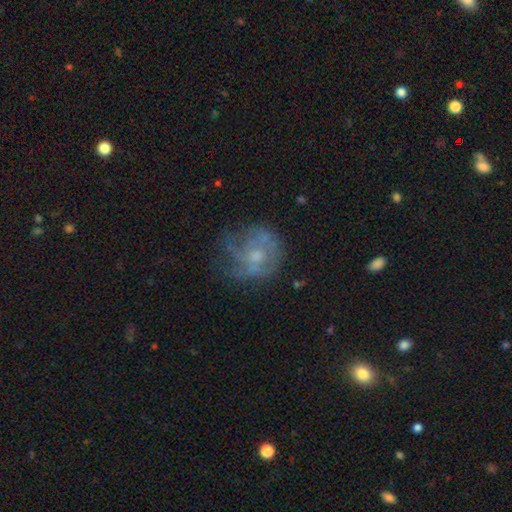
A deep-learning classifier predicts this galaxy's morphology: A featured or disk galaxy (54%) with no bar (81%), spiral arms (51%) and a small central bulge (47%).

Vote fractions:
- Smooth or featured? featured or disk: 54% / smooth: 33% / star or artifact: 14%
- Edge-on disk? no: 97% / yes: 3%
- Bar? no: 81% / weak: 16% / strong: 2%
- Spiral arms? yes: 51% / no: 49%
- Bulge size? small: 47% / moderate: 42% / none: 8% / large: 2% / dominant: 1%
- Merging? none: 53% / minor disturbance: 23% / major disturbance: 22% / merger: 2%